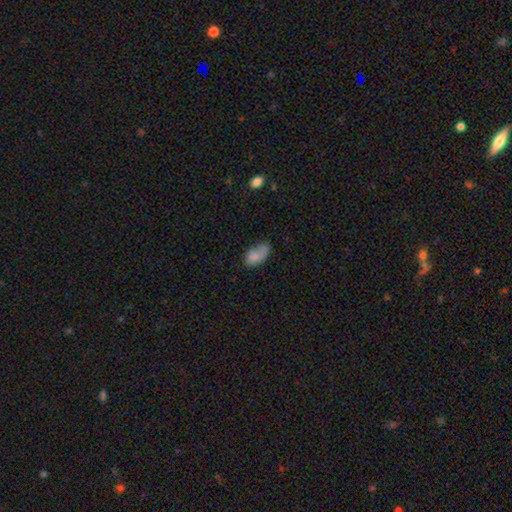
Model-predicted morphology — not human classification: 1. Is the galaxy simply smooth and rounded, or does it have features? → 75% smooth, 15% featured or disk, 10% star or artifact.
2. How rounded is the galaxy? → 91% in between, 6% round, 2% cigar-shaped.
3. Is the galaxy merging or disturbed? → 41% none, 29% minor disturbance, 17% major disturbance, 12% merger.